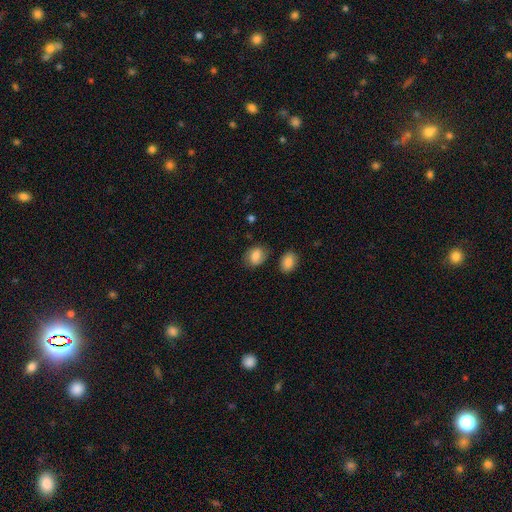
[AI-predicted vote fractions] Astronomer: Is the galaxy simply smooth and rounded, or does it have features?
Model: smooth — 79%.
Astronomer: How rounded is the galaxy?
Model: in between — 65%.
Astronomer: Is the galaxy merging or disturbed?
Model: none — 74%.